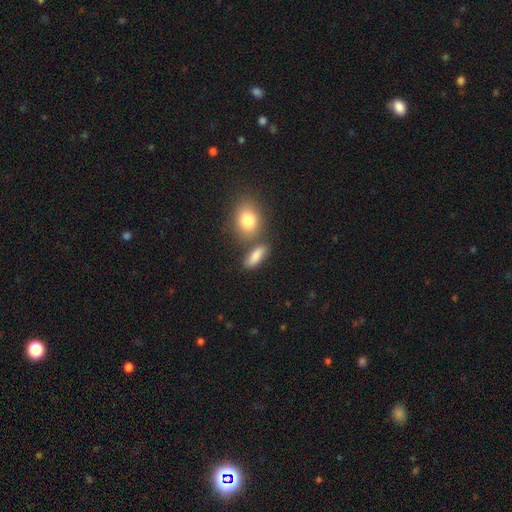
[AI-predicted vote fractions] Morphology: type=smooth (83%); roundness=in between (73%); merging=none (64%).